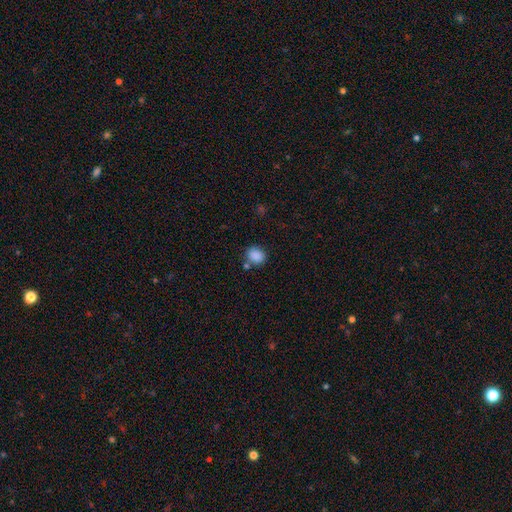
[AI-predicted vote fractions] The model was most divided on "how rounded": round: 60%, in between: 39%, cigar-shaped: 1%. More confident: smooth or featured — smooth (87%); merging — none (72%).